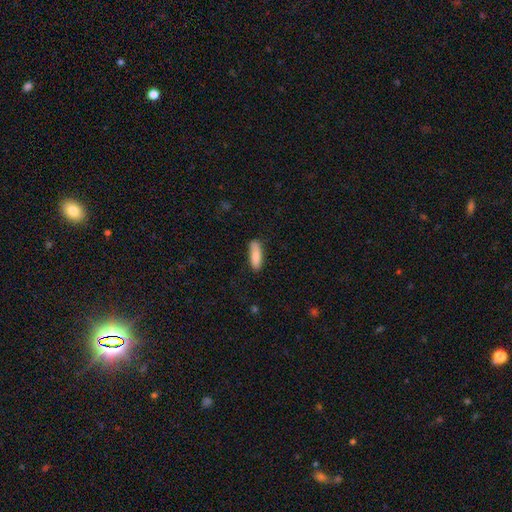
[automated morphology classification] A smooth galaxy with no disk features (85%) that is cigar-shaped (50%). Merging: none (81%).